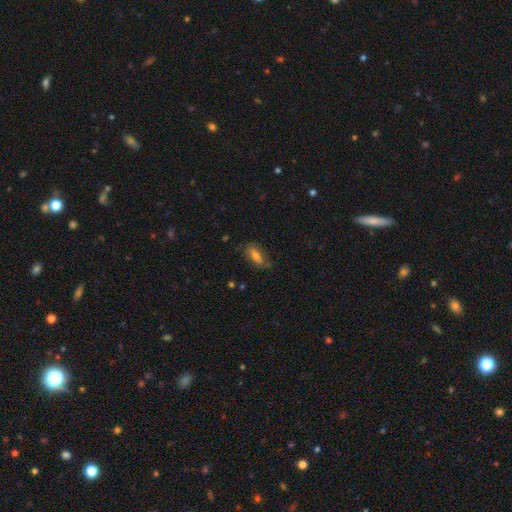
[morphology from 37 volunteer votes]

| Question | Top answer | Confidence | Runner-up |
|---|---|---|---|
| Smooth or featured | smooth | 70% | featured or disk (24%) |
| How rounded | in between | 73% | cigar-shaped (23%) |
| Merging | none | 60% | minor disturbance (26%) |